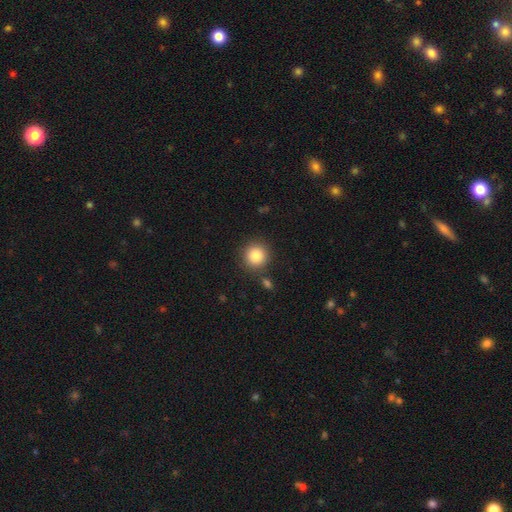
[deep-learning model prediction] This appears to be a smooth galaxy with no disk features (86%) that is round (94%). Merging: none (85%).